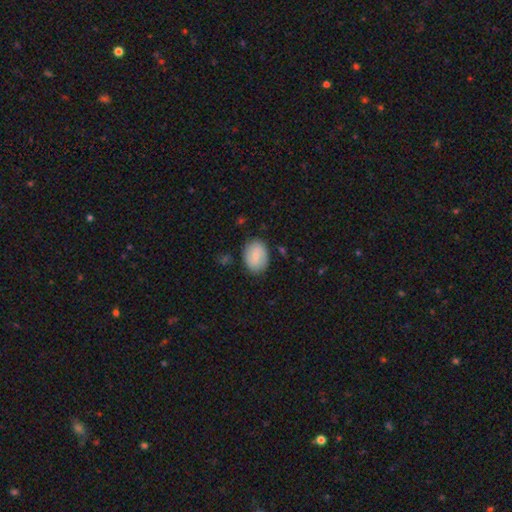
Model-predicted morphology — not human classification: Smooth or featured? smooth (73%)
How rounded? in between (69%)
Merging? none (81%)